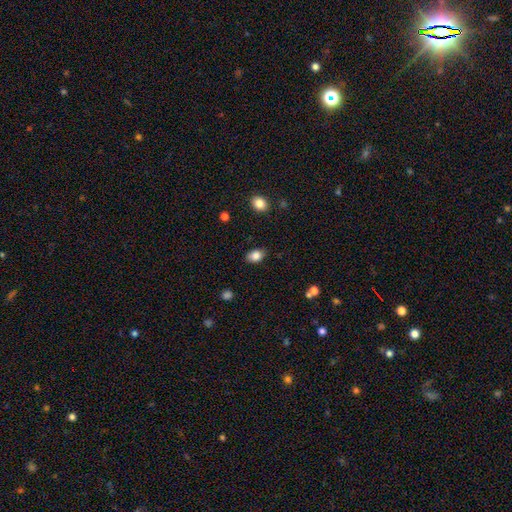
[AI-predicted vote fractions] smooth_or_featured: smooth (p=0.85) [alt: star or artifact p=0.09]
how_rounded: in between (p=0.83) [alt: round p=0.16]
merging: none (p=0.85) [alt: minor disturbance p=0.11]